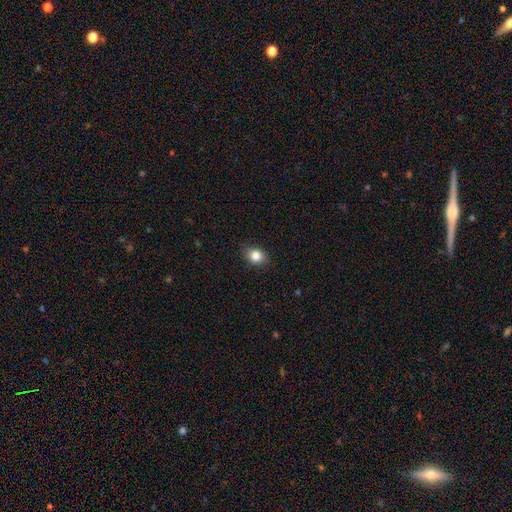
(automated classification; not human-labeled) Smooth or featured? smooth (83%)
How rounded? in between (54%)
Merging? none (86%)